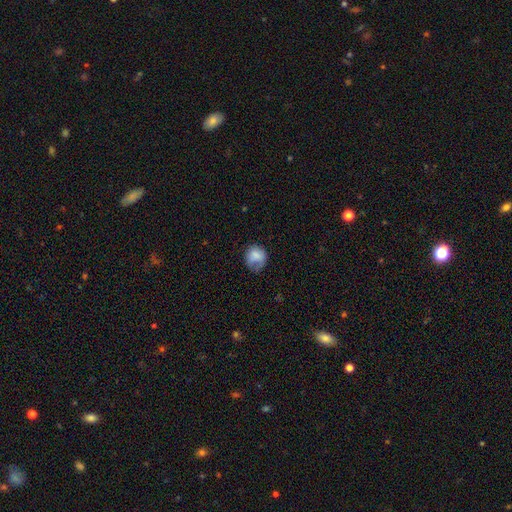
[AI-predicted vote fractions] Morphology: type=smooth (78%); roundness=round (66%); merging=none (43%).